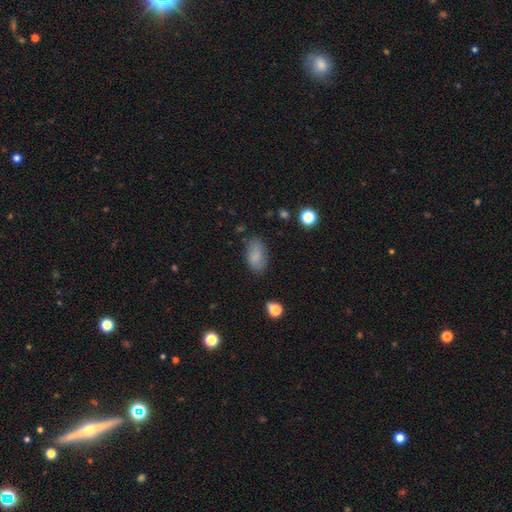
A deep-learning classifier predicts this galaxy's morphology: A smooth galaxy with no disk features (84%) that is in between round and cigar-shaped (93%). Merging: none (78%).